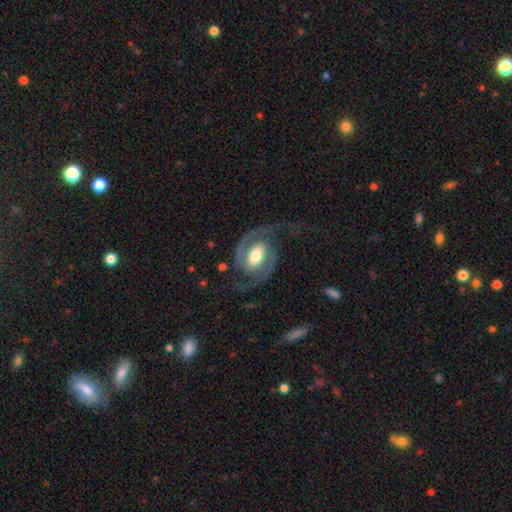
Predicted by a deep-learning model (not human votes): The model was most divided on "bar": weak: 41%, no: 32%, strong: 28%. More confident: edge-on disk — no (98%); spiral arms — yes (98%); spiral arm count — 2 (94%); smooth or featured — featured or disk (91%); merging — none (71%); bulge size — moderate (63%); spiral winding — medium (54%).